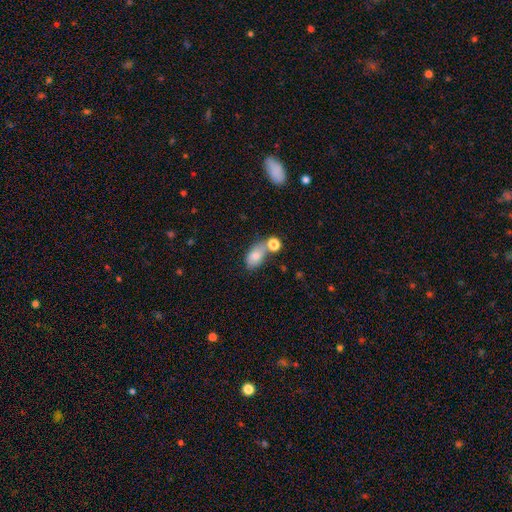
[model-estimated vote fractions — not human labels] Overall: smooth (76%). How rounded: in between (85%). Merging: none (40%; merger 34%).